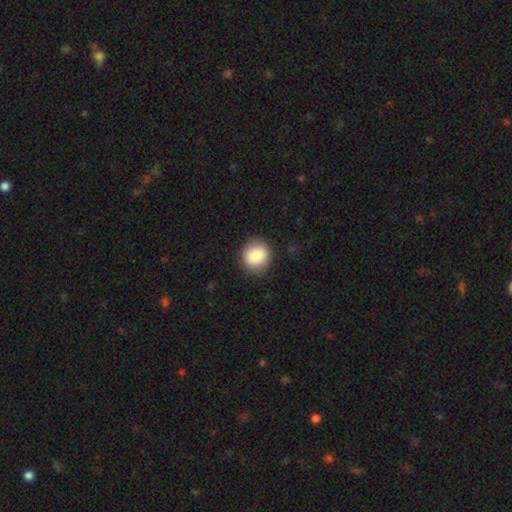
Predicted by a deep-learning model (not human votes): smooth 87%, star or artifact 8%, featured or disk 5%. Down the decision tree: how rounded — round (84%); merging — none (87%).